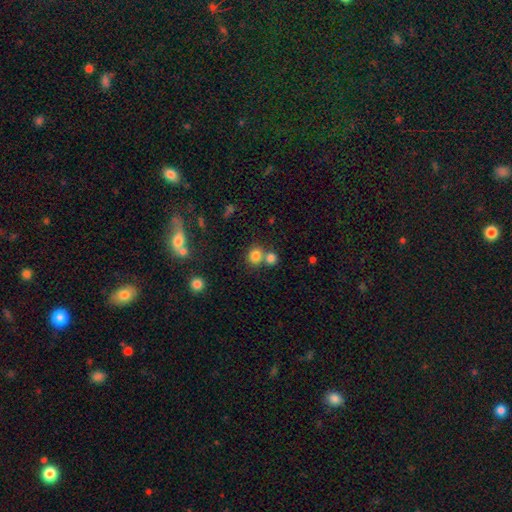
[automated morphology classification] smooth_or_featured: smooth (p=0.80) [alt: star or artifact p=0.13]
how_rounded: round (p=0.77) [alt: in between p=0.22]
merging: none (p=0.56) [alt: merger p=0.33]